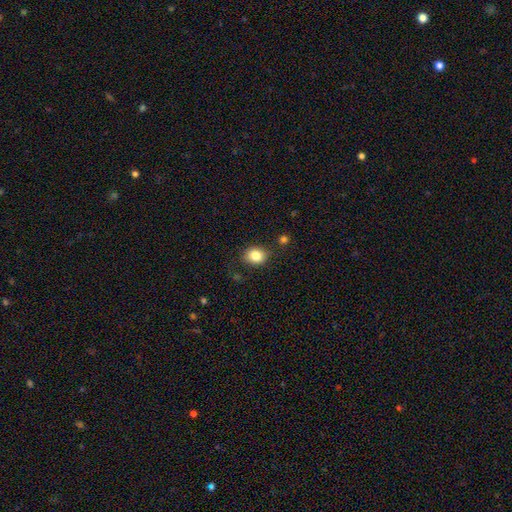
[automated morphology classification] Smooth or featured?
  - smooth: 83% *
  - star or artifact: 10%
  - featured or disk: 7%
How rounded?
  - round: 60% *
  - in between: 40%
  - cigar-shaped: 1%
Merging?
  - none: 82% *
  - minor disturbance: 12%
  - major disturbance: 3%
  - merger: 3%